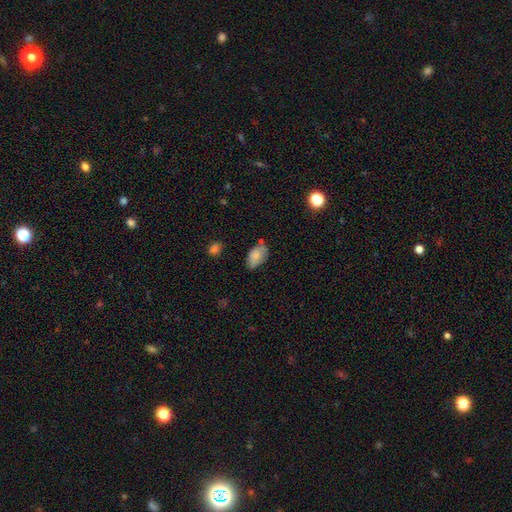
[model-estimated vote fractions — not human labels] smooth_or_featured: smooth (p=0.80) [alt: featured or disk p=0.12]
how_rounded: in between (p=0.92) [alt: round p=0.06]
merging: none (p=0.62) [alt: minor disturbance p=0.26]